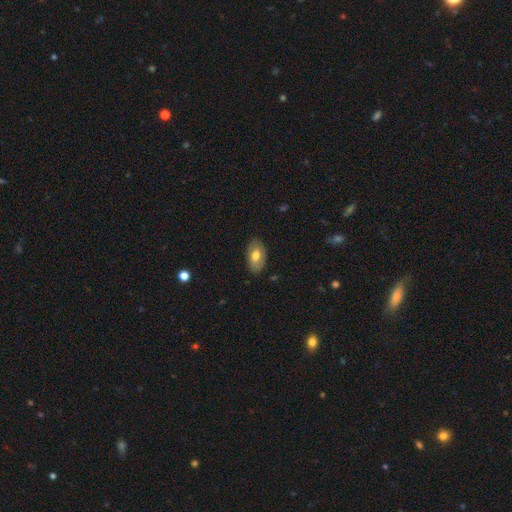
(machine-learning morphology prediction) smooth-or-featured: smooth: 67% | featured or disk: 26% | star or artifact: 7%
  how-rounded: in between: 92% | round: 6% | cigar-shaped: 1%
  merging: none: 84% | minor disturbance: 12% | major disturbance: 3% | merger: 1%